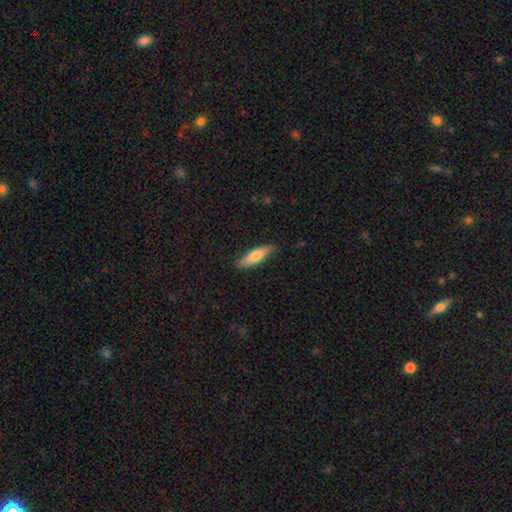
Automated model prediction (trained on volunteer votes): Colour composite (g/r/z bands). It shows a smooth galaxy with no disk features (67%) that is cigar-shaped (66%). Merging: none (85%).